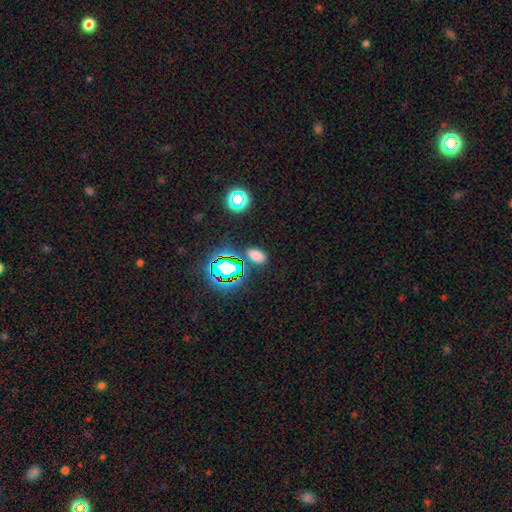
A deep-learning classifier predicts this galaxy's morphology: Smooth or featured: smooth — 70% (star or artifact — 25%)
How rounded: in between — 87% (round — 11%)
Merging: none — 84% (minor disturbance — 9%)